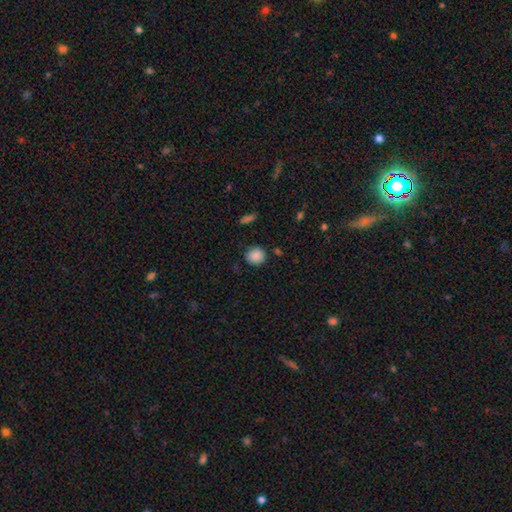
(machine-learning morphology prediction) A smooth galaxy with no disk features (88%) that is round (85%).

Vote fractions:
- Smooth or featured? smooth: 88% / star or artifact: 9% / featured or disk: 3%
- How rounded? round: 85% / in between: 14% / cigar-shaped: 1%
- Merging? none: 86% / minor disturbance: 10% / major disturbance: 3% / merger: 2%